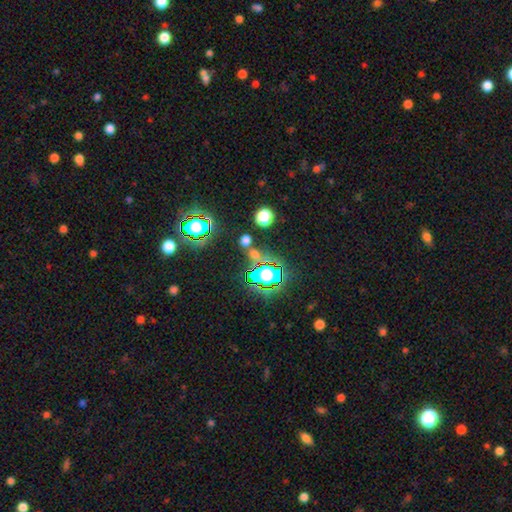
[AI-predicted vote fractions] star or artifact 71%, smooth 19%, featured or disk 10%.